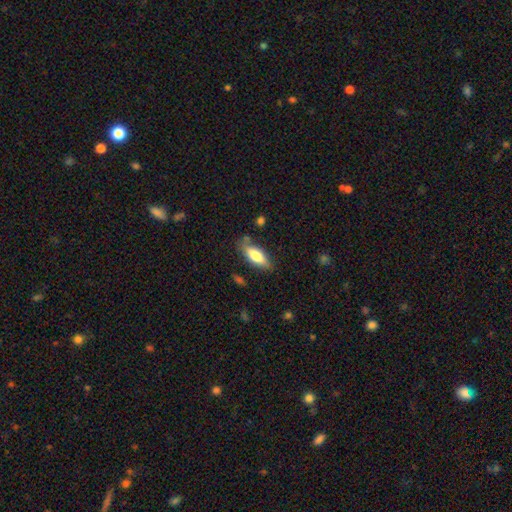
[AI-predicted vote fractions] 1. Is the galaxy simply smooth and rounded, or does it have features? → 76% smooth, 18% featured or disk, 6% star or artifact.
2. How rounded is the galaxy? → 73% in between, 25% cigar-shaped, 2% round.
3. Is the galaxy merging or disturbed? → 78% none, 16% minor disturbance, 4% major disturbance, 3% merger.